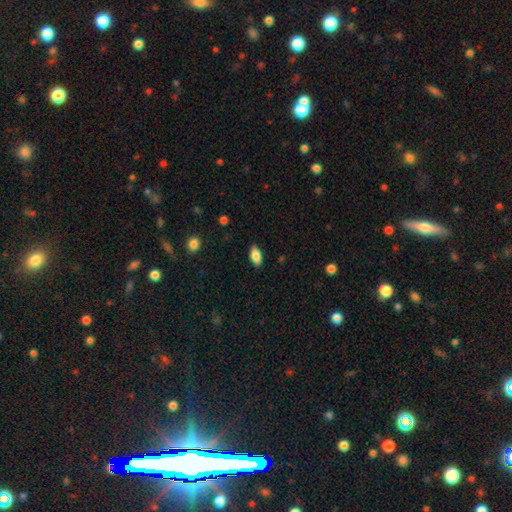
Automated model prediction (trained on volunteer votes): Smooth or featured?
  - smooth: 85% *
  - featured or disk: 8%
  - star or artifact: 7%
How rounded?
  - in between: 90% *
  - cigar-shaped: 8%
  - round: 3%
Merging?
  - none: 87% *
  - minor disturbance: 10%
  - major disturbance: 2%
  - merger: 1%